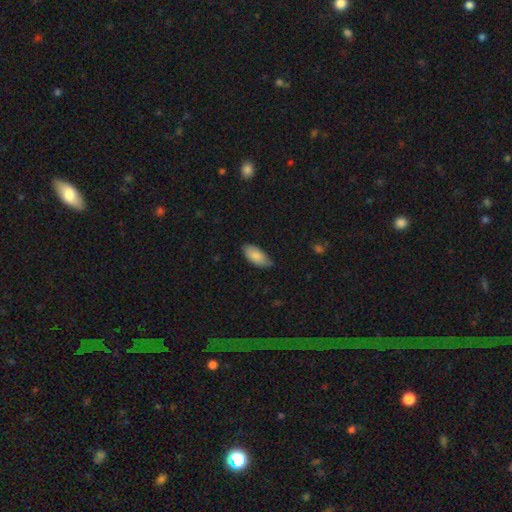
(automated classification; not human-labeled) Smooth or featured? Predicted: smooth (p=0.86). How rounded? Predicted: in between (p=0.93). Merging? Predicted: none (p=0.68).